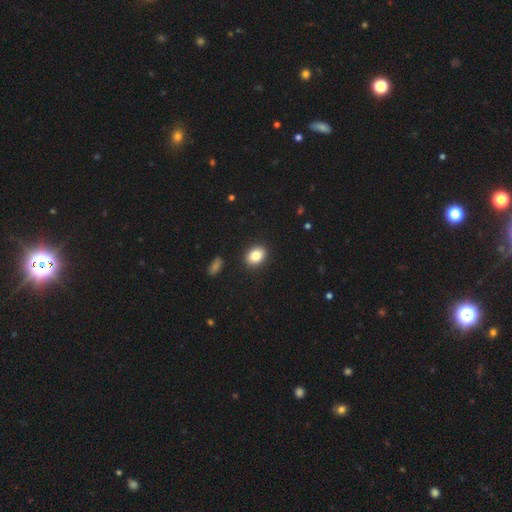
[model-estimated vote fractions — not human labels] smooth_or_featured: smooth (p=0.84) [alt: star or artifact p=0.09]
how_rounded: in between (p=0.64) [alt: round p=0.34]
merging: none (p=0.90) [alt: minor disturbance p=0.07]